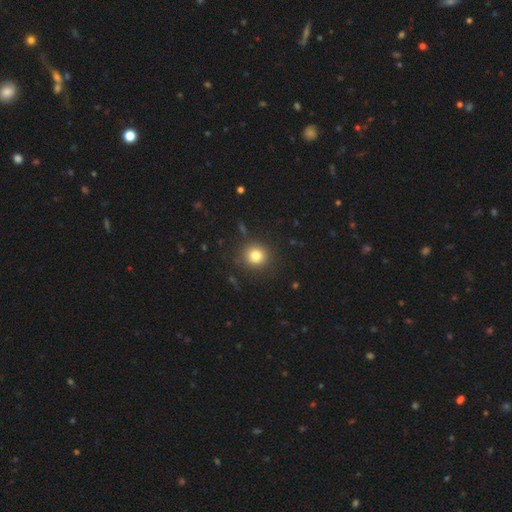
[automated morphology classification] Smooth or featured?
  - smooth: 81% *
  - star or artifact: 12%
  - featured or disk: 7%
How rounded?
  - round: 91% *
  - in between: 8%
  - cigar-shaped: 1%
Merging?
  - none: 89% *
  - minor disturbance: 7%
  - major disturbance: 3%
  - merger: 1%